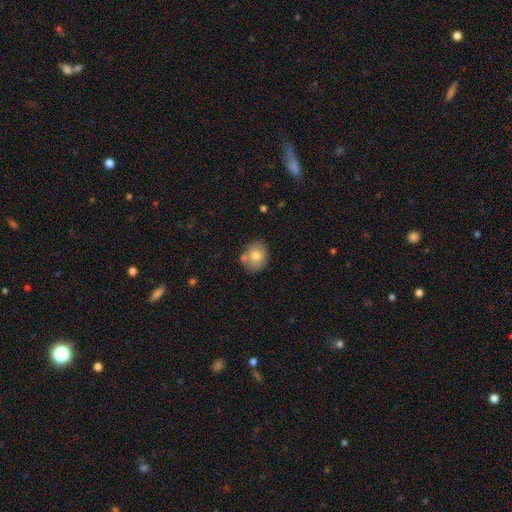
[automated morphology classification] smooth-or-featured: smooth: 76% | featured or disk: 16% | star or artifact: 8%
  how-rounded: round: 56% | in between: 43% | cigar-shaped: 1%
  merging: none: 67% | minor disturbance: 17% | merger: 12% | major disturbance: 4%